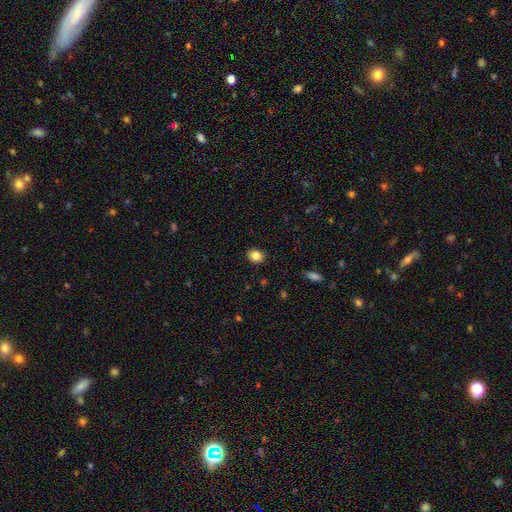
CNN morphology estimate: Smooth or featured?
  - smooth: 84% *
  - star or artifact: 10%
  - featured or disk: 6%
How rounded?
  - in between: 50% *
  - round: 49%
  - cigar-shaped: 1%
Merging?
  - none: 89% *
  - minor disturbance: 8%
  - major disturbance: 2%
  - merger: 1%